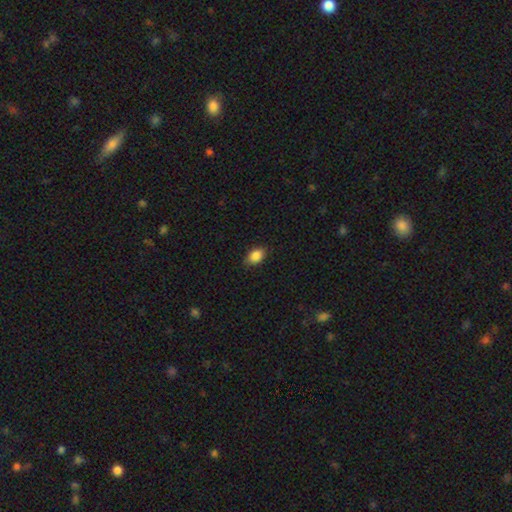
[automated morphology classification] smooth-or-featured: smooth: 87% | star or artifact: 8% | featured or disk: 4%
  how-rounded: in between: 82% | round: 17% | cigar-shaped: 2%
  merging: none: 84% | minor disturbance: 13% | major disturbance: 3% | merger: 1%